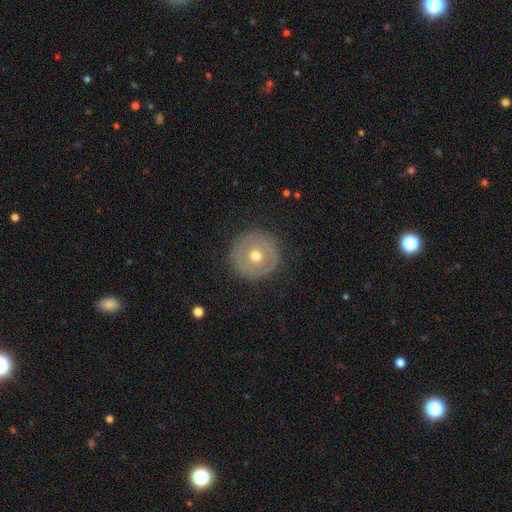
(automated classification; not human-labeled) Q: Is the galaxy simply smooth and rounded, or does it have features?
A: featured or disk — 46%.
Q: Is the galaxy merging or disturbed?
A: none — 87%.